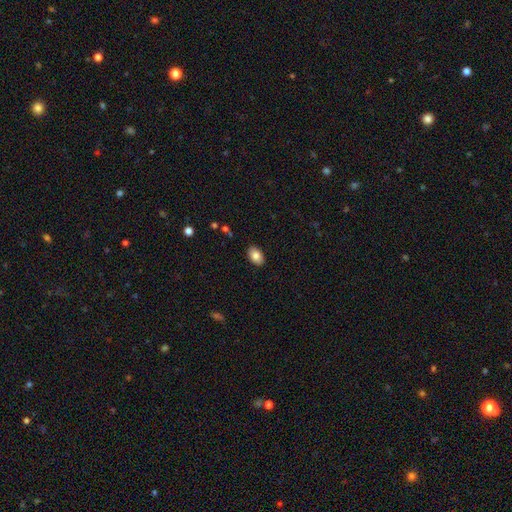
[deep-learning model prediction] Overall: smooth (84%). How rounded: in between (90%). Merging: none (89%).